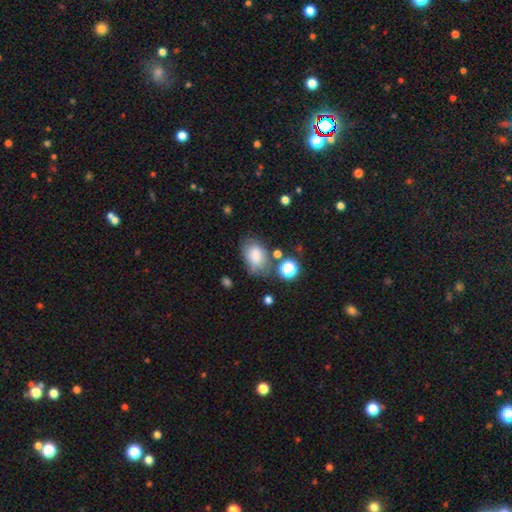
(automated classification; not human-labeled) Q: Smooth or featured?
A: smooth (77%); runner-up: featured or disk (12%)
Q: How rounded?
A: in between (84%); runner-up: round (15%)
Q: Merging?
A: none (61%); runner-up: minor disturbance (23%)